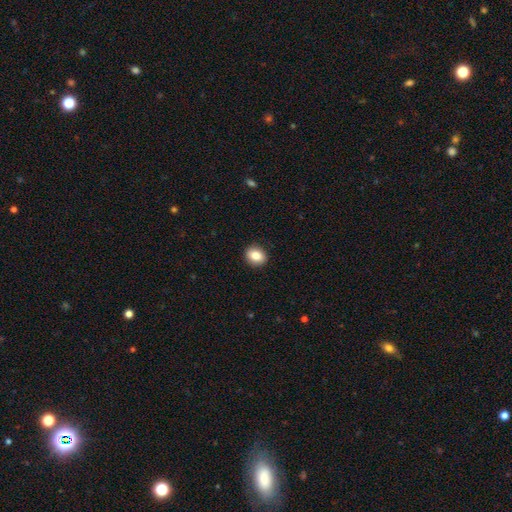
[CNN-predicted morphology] smooth_or_featured: smooth (p=0.83) [alt: star or artifact p=0.09]
how_rounded: round (p=0.56) [alt: in between p=0.43]
merging: none (p=0.91) [alt: minor disturbance p=0.06]